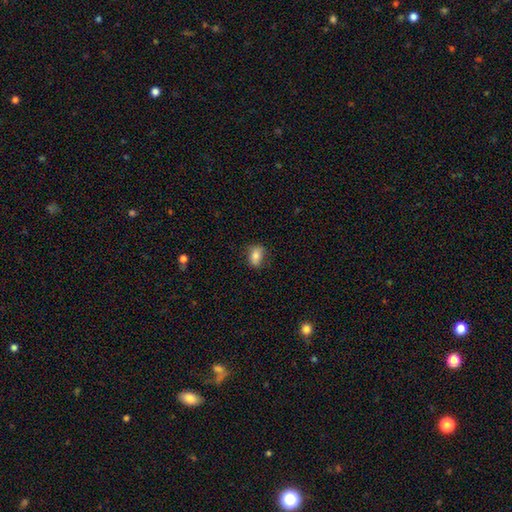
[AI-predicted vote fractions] Overall: smooth (80%). How rounded: in between (77%). Merging: none (79%).